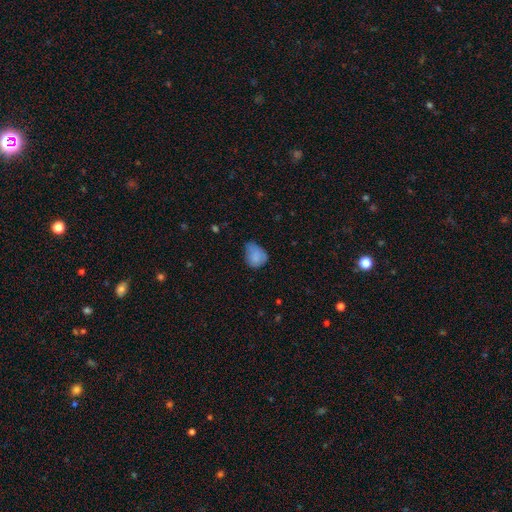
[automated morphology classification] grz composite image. It shows a smooth galaxy with no disk features (78%) that is in between round and cigar-shaped (56%). Merging: minor disturbance (44%).